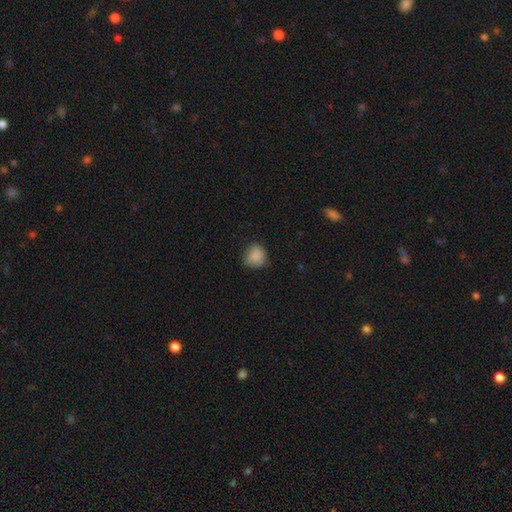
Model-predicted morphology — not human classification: Q: Smooth or featured?
A: smooth (85%); runner-up: star or artifact (9%)
Q: How rounded?
A: round (82%); runner-up: in between (17%)
Q: Merging?
A: none (72%); runner-up: minor disturbance (22%)